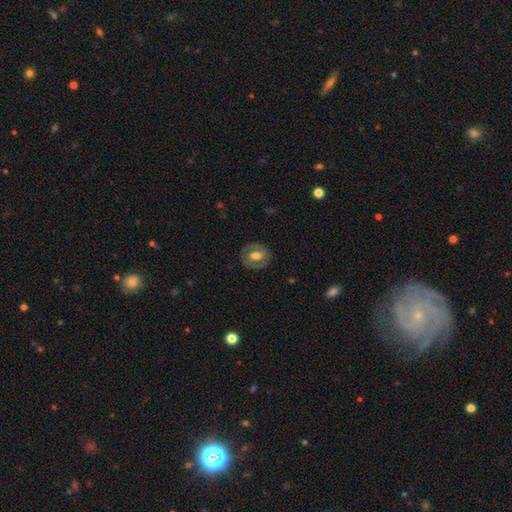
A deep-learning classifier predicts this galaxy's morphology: featured or disk 52%, smooth 42%, star or artifact 6%. Down the decision tree: edge-on disk — no (95%); merging — none (81%).